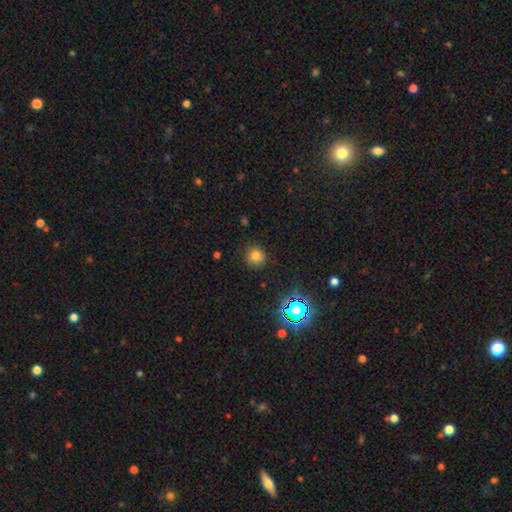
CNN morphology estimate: This appears to be a smooth galaxy with no disk features (76%) that is round (92%). Merging: none (88%).